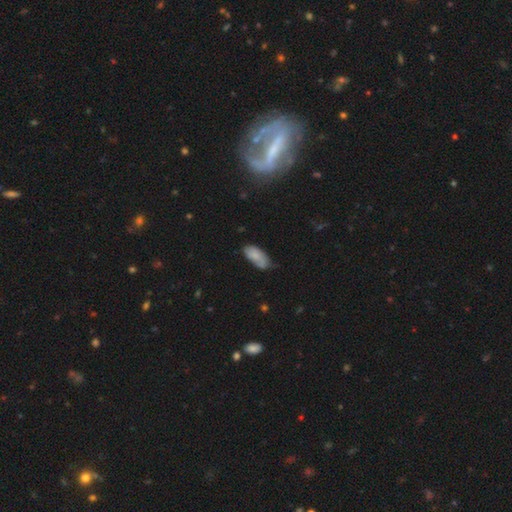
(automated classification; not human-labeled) Smooth or featured: smooth — 77% (featured or disk — 16%)
How rounded: in between — 91% (cigar-shaped — 7%)
Merging: none — 50% (minor disturbance — 38%)